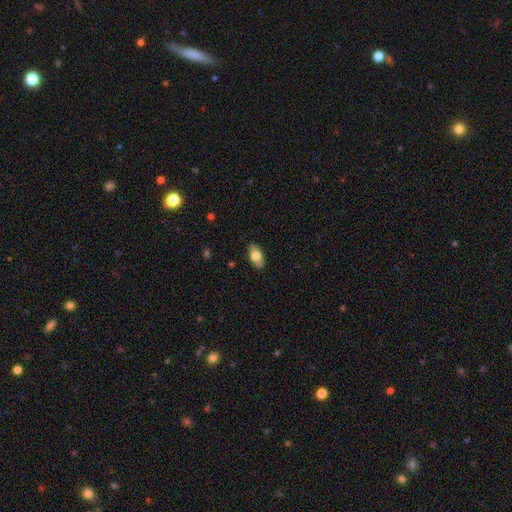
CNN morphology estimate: Smooth or featured: smooth — 76% (featured or disk — 18%)
How rounded: in between — 92% (cigar-shaped — 4%)
Merging: none — 85% (minor disturbance — 12%)